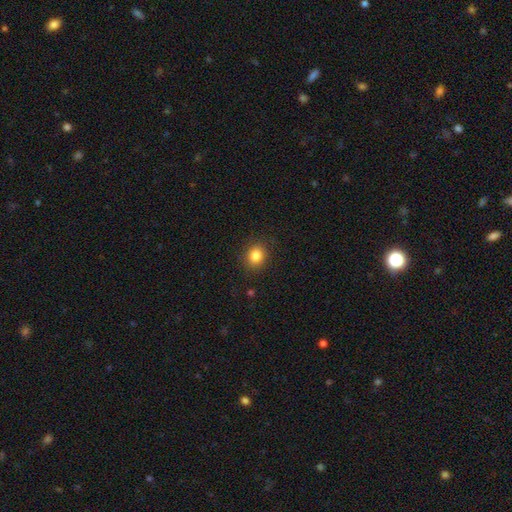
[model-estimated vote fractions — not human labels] Morphology: type=smooth (84%); roundness=round (67%); merging=none (88%).